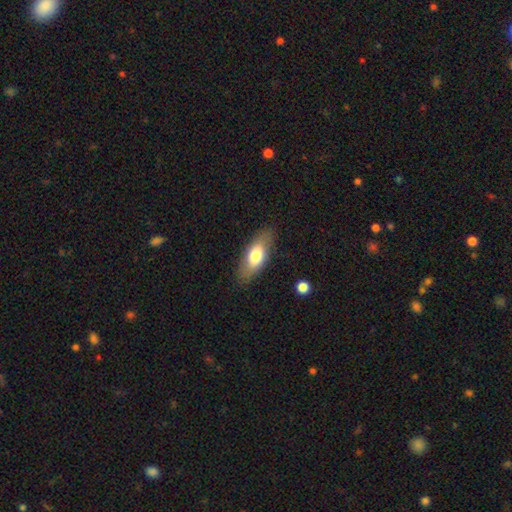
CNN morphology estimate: type=smooth (69%); roundness=in between (79%); merging=none (84%).